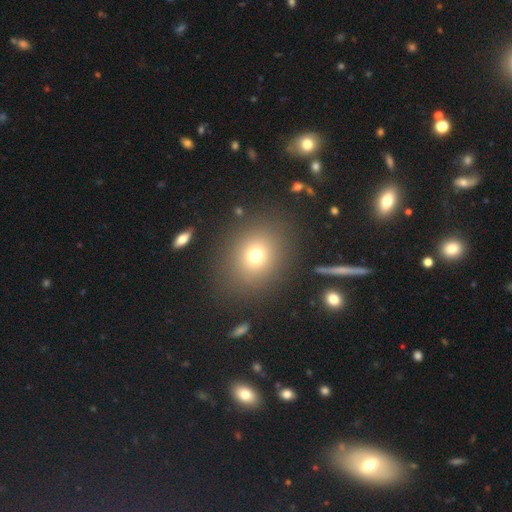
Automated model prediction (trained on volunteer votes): Overall: smooth (71%). How rounded: round (73%). Merging: none (84%).